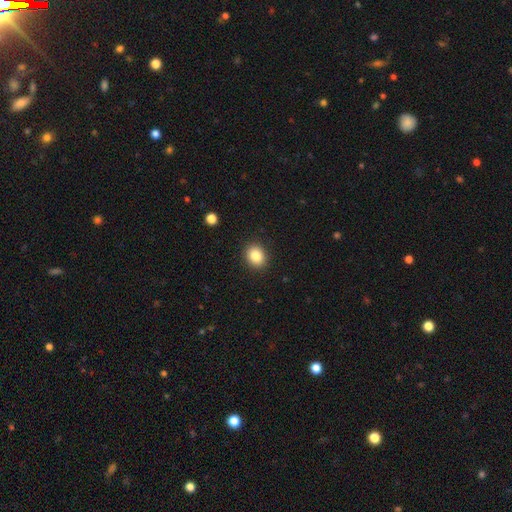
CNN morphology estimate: This is clearly a smooth galaxy (84%). How rounded: likely round (62%). Merging: clearly none (90%).